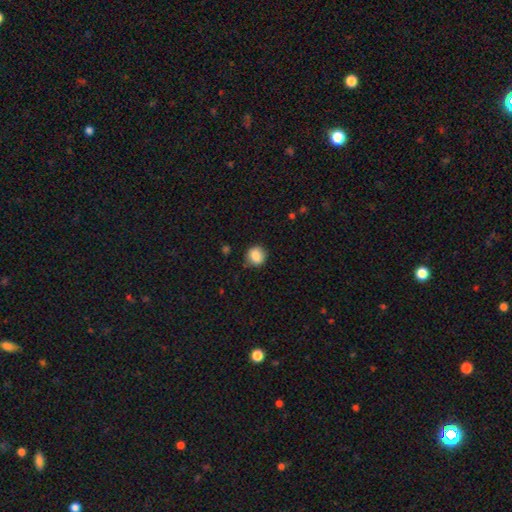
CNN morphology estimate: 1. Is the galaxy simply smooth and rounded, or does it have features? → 85% smooth, 9% star or artifact, 6% featured or disk.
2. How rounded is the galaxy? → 80% round, 19% in between, 1% cigar-shaped.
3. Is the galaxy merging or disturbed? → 82% none, 13% minor disturbance, 3% major disturbance, 1% merger.